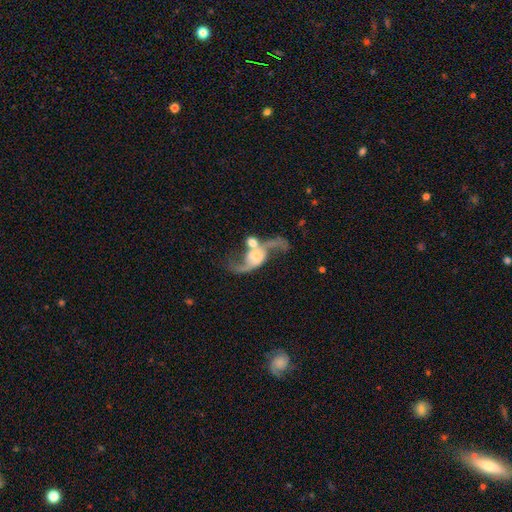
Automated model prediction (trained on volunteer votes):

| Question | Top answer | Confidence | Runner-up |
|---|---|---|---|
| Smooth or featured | featured or disk | 85% | smooth (9%) |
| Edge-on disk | no | 95% | yes (5%) |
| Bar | no | 56% | weak (32%) |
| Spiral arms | yes | 94% | no (6%) |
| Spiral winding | loose | 85% | medium (13%) |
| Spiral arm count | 2 | 92% | 1 (4%) |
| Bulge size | moderate | 36% | small (30%) |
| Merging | merger | 42% | none (34%) |